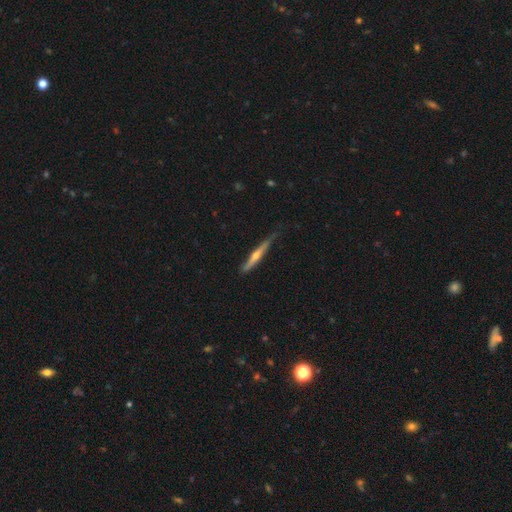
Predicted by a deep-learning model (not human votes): The model was most divided on "smooth or featured": featured or disk: 64%, smooth: 30%, star or artifact: 6%. More confident: edge-on disk — yes (96%); edge-on bulge — rounded (85%); merging — none (69%).